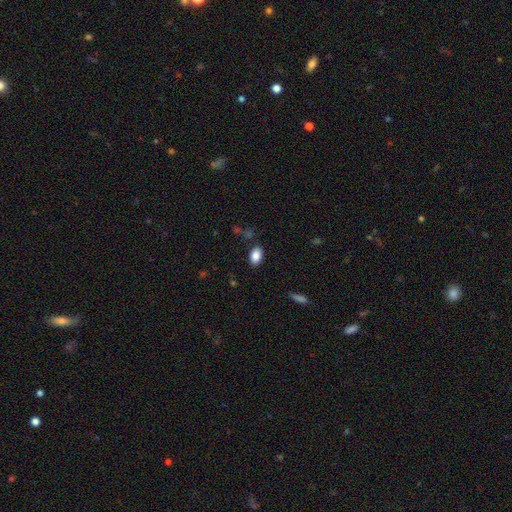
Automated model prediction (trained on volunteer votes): Smooth or featured? smooth (86%)
How rounded? in between (91%)
Merging? none (86%)